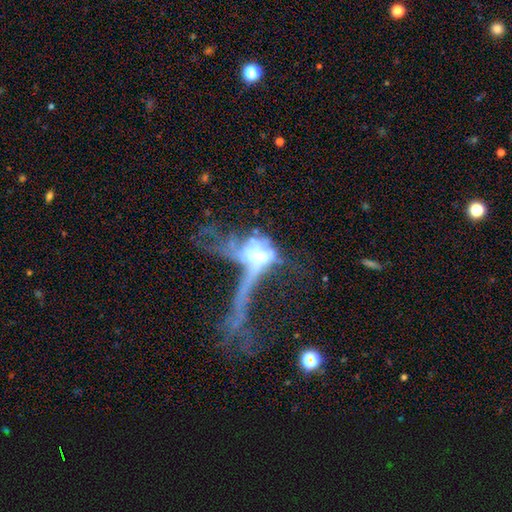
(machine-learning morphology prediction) type=featured or disk (61%); edge-on=no (67%); merging=major disturbance (51%).